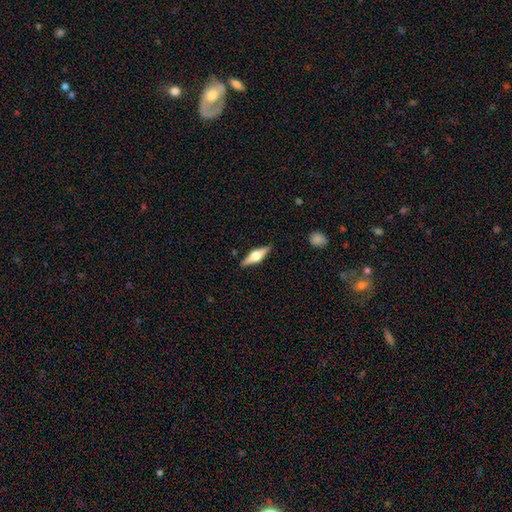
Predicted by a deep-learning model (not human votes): smooth-or-featured: featured or disk: 71% | smooth: 23% | star or artifact: 6%
  disk-edge-on: yes: 97% | no: 3%
    edge-on-bulge: rounded: 93% | boxy: 6% | none: 1%
  merging: none: 88% | minor disturbance: 9% | major disturbance: 2% | merger: 1%